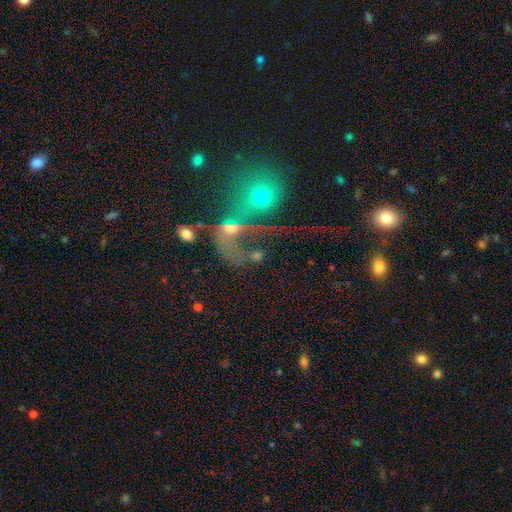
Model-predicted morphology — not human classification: This is marginally a featured or disk galaxy (41%). Merging: possibly merger (46%).